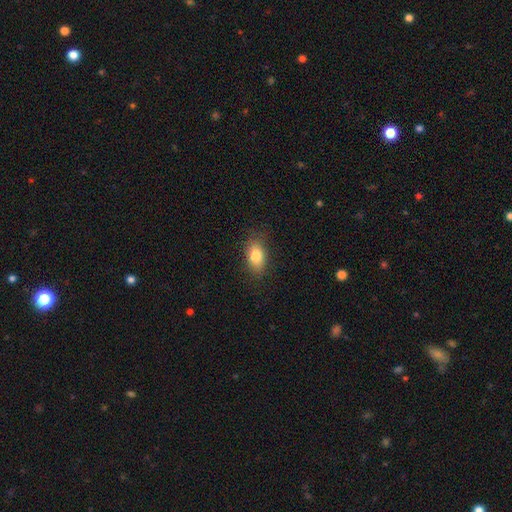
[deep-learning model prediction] Morphology: type=smooth (82%); roundness=in between (88%); merging=none (81%).